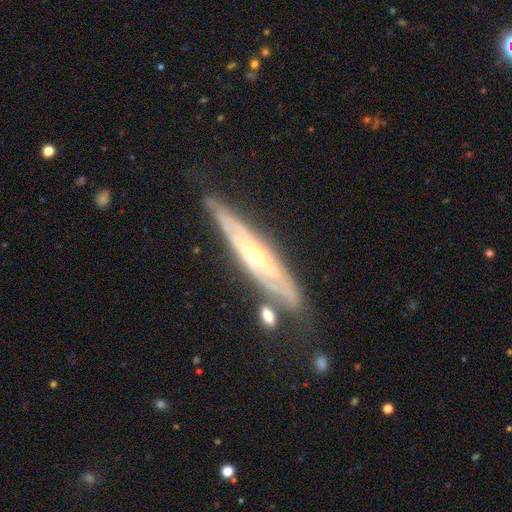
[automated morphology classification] smooth_or_featured: featured or disk (p=0.81) [alt: smooth p=0.13]
disk_edge_on: yes (p=0.54) [alt: no p=0.46]
merging: none (p=0.72) [alt: minor disturbance p=0.18]